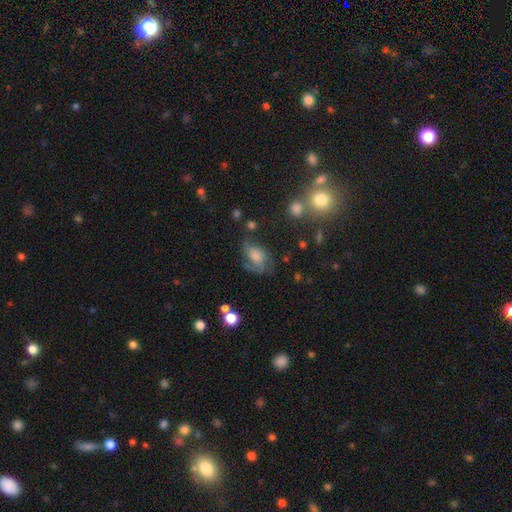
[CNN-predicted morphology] Overall: featured or disk (59%; smooth 28%). Edge-on disk: no (96%). Bar: no (66%; weak 28%). Spiral arms: yes (87%). Bulge size: moderate (39%; large 23%). Merging: none (52%; minor disturbance 23%).